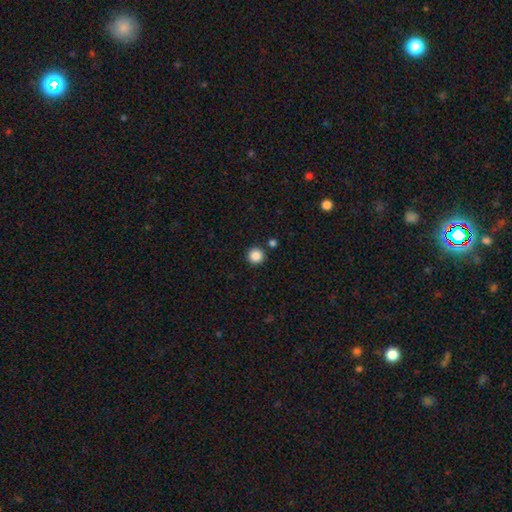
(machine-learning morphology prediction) Smooth or featured?
  - smooth: 87% *
  - star or artifact: 10%
  - featured or disk: 3%
How rounded?
  - round: 96% *
  - in between: 3%
  - cigar-shaped: 1%
Merging?
  - none: 89% *
  - minor disturbance: 5%
  - merger: 4%
  - major disturbance: 2%